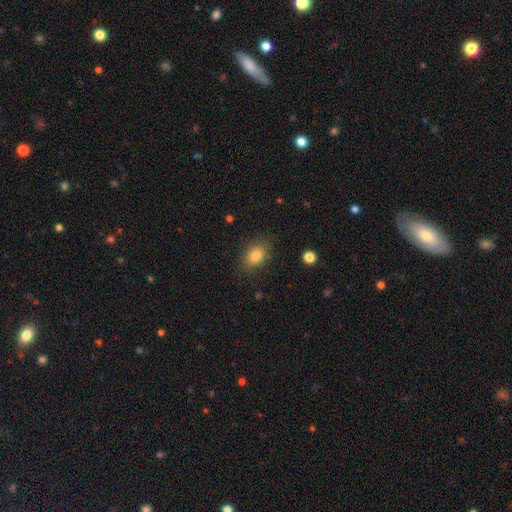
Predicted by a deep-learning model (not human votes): smooth_or_featured: smooth (p=0.83) [alt: star or artifact p=0.09]
how_rounded: in between (p=0.78) [alt: round p=0.21]
merging: none (p=0.81) [alt: minor disturbance p=0.14]